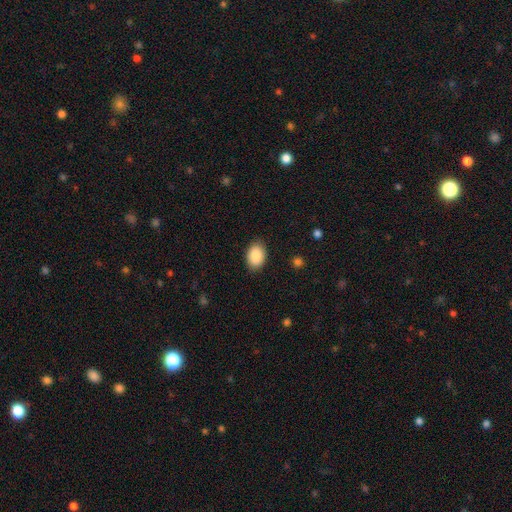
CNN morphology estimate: Smooth or featured?
  - smooth: 87% *
  - star or artifact: 7%
  - featured or disk: 6%
How rounded?
  - in between: 82% *
  - round: 17%
  - cigar-shaped: 1%
Merging?
  - none: 87% *
  - minor disturbance: 10%
  - major disturbance: 2%
  - merger: 1%